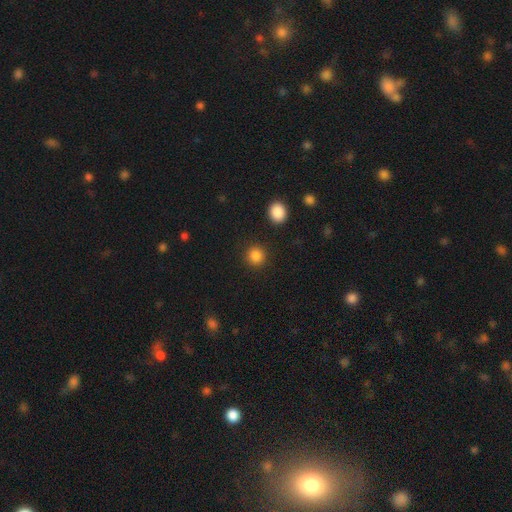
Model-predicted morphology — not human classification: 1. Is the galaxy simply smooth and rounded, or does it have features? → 86% smooth, 11% star or artifact, 3% featured or disk.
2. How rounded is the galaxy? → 92% round, 7% in between, 1% cigar-shaped.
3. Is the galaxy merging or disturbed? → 90% none, 5% minor disturbance, 3% major disturbance, 2% merger.